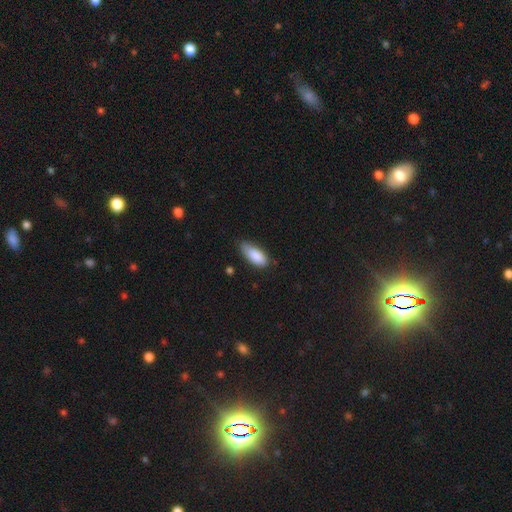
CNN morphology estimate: Smooth or featured? Predicted: smooth (p=0.87). How rounded? Predicted: in between (p=0.86). Merging? Predicted: none (p=0.64).